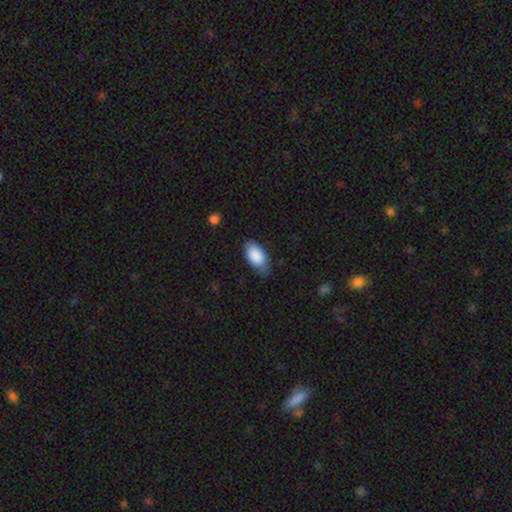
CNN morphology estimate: type=smooth (87%); roundness=in between (94%); merging=none (66%).